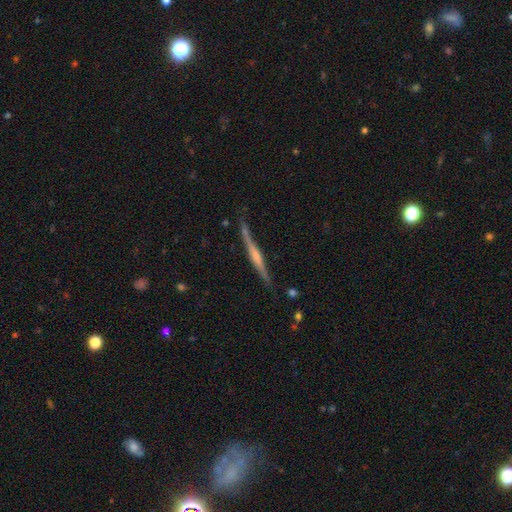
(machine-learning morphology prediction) Smooth or featured? featured or disk (71%)
Edge-on disk? yes (97%)
Edge-on bulge? rounded (52%)
Merging? none (80%)